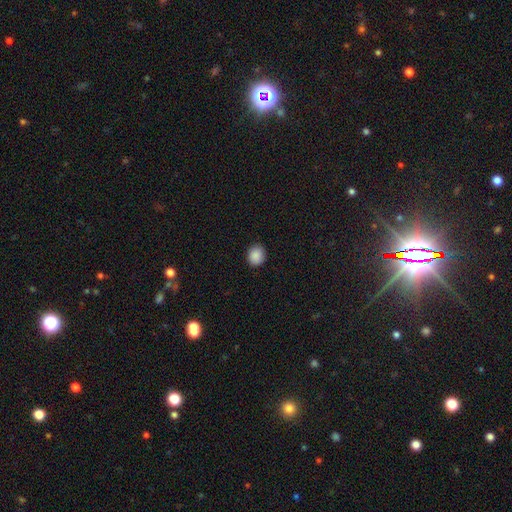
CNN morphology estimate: This appears to be a smooth galaxy with no disk features (89%) that is round (69%). Merging: none (90%).